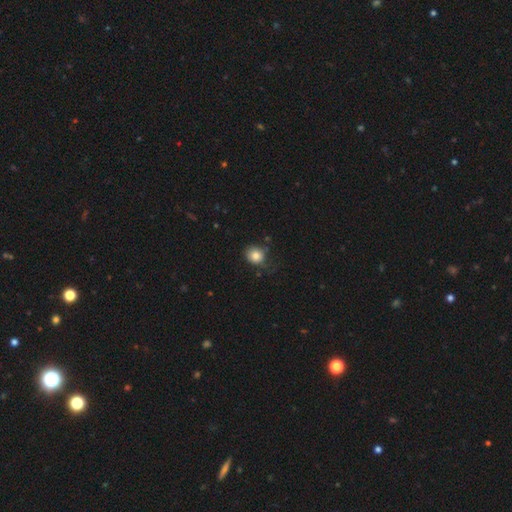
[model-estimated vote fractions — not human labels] Smooth or featured: smooth — 83% (star or artifact — 10%)
How rounded: round — 76% (in between — 23%)
Merging: none — 65% (minor disturbance — 25%)